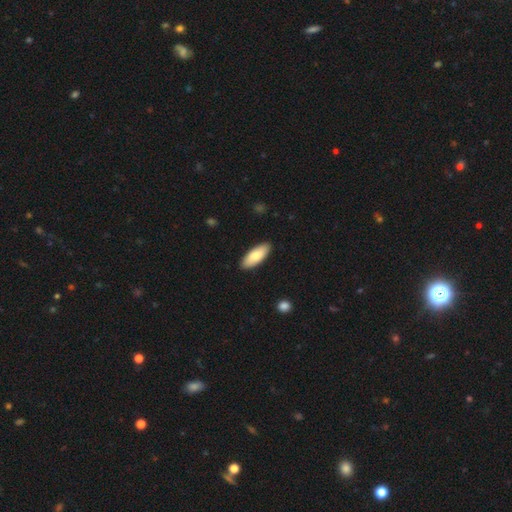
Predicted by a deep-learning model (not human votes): Q: Smooth or featured?
A: smooth (79%); runner-up: featured or disk (16%)
Q: How rounded?
A: in between (76%); runner-up: cigar-shaped (22%)
Q: Merging?
A: none (90%); runner-up: minor disturbance (8%)